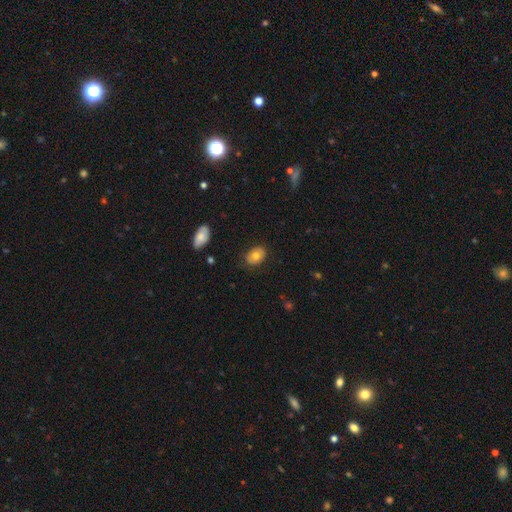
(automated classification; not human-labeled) A smooth galaxy with no disk features (73%) that is in between round and cigar-shaped (76%). Merging: none (82%).